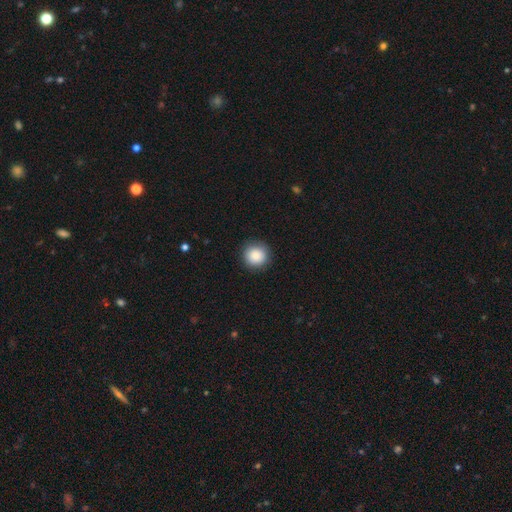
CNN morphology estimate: Overall: smooth (87%). How rounded: round (95%). Merging: none (90%).